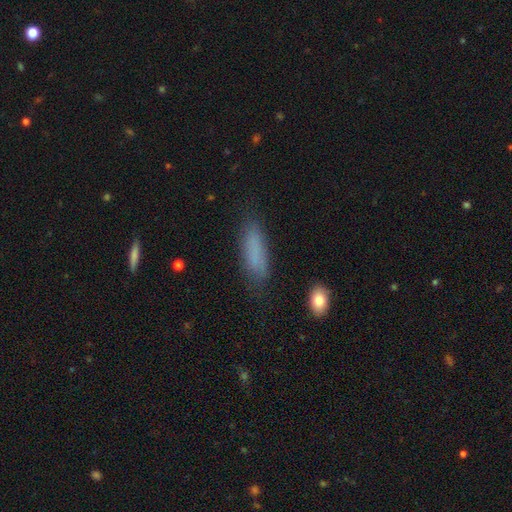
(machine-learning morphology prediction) Q: Smooth or featured?
A: smooth (80%); runner-up: star or artifact (11%)
Q: How rounded?
A: in between (49%); tied with: cigar-shaped (49%)
Q: Merging?
A: none (76%); runner-up: minor disturbance (17%)